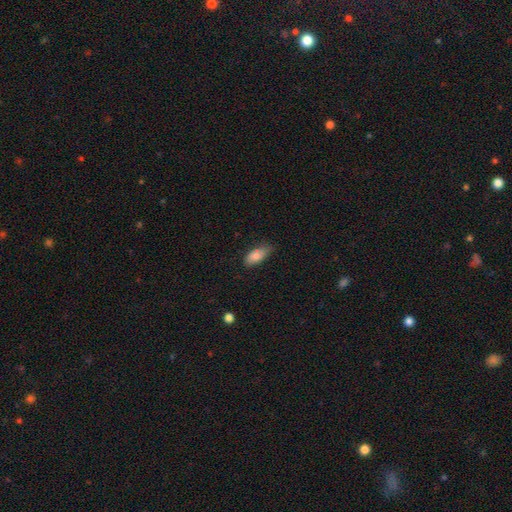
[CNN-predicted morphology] A smooth galaxy with no disk features (80%) that is in between round and cigar-shaped (86%). Merging: none (64%).